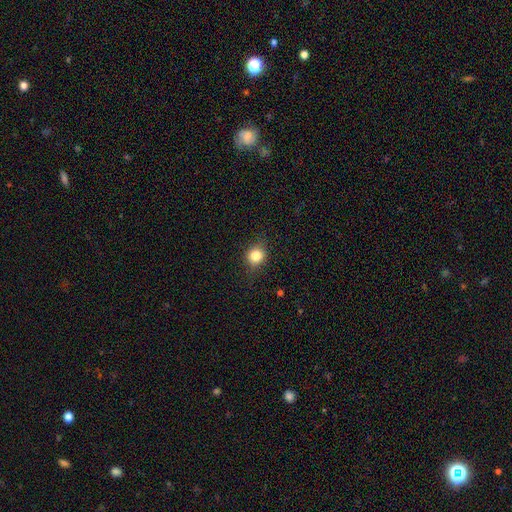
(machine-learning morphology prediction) A smooth galaxy with no disk features (80%) that is round (77%). Merging: none (83%).